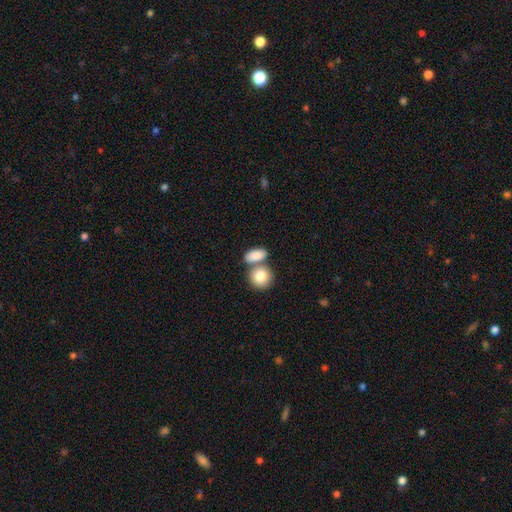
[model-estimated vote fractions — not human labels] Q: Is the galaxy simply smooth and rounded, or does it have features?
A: smooth — 85%.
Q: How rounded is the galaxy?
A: in between — 77%.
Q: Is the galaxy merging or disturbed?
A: none — 48%.